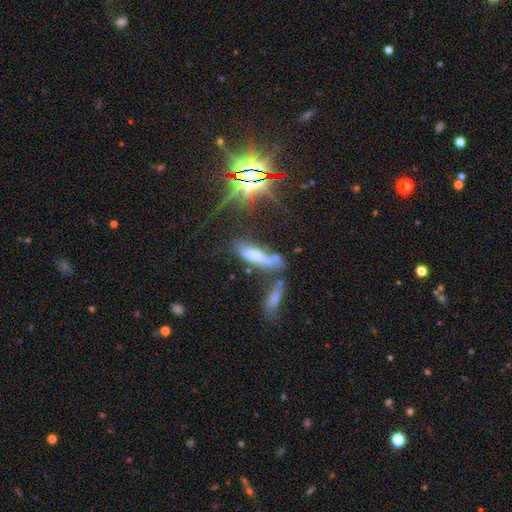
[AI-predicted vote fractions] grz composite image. It shows a smooth galaxy with no disk features (52%) that is cigar-shaped (63%). Merging: none (32%, tied with merger).